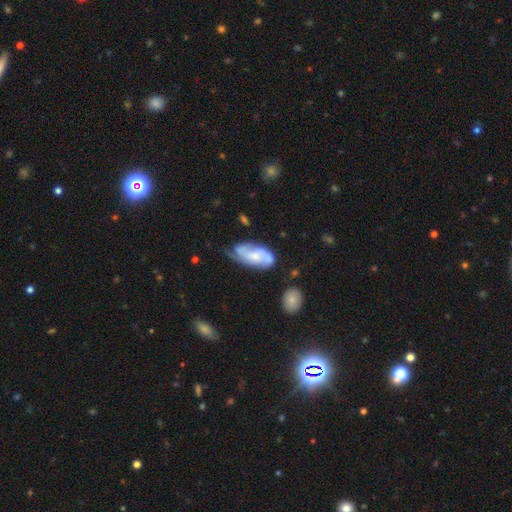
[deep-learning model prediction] smooth-or-featured: featured or disk: 59% | smooth: 34% | star or artifact: 7%
  disk-edge-on: no: 94% | yes: 6%
    bar: no: 67% | weak: 27% | strong: 6%
    has-spiral-arms: yes: 82% | no: 18%
    bulge-size: small: 48% | moderate: 36% | none: 10% | large: 4% | dominant: 1%
  merging: none: 45% | minor disturbance: 32% | major disturbance: 16% | merger: 7%